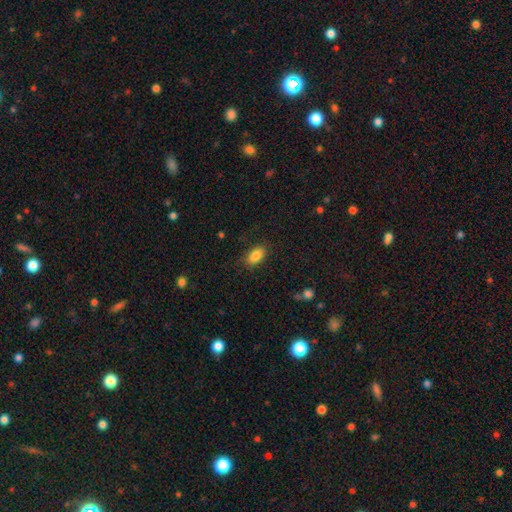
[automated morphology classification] A smooth galaxy with no disk features (86%) that is in between round and cigar-shaped (90%). Merging: none (84%).